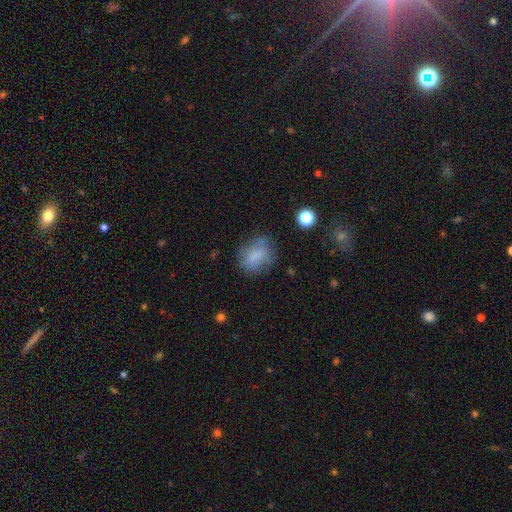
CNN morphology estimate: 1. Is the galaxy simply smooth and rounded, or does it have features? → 75% smooth, 15% featured or disk, 11% star or artifact.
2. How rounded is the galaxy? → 58% in between, 40% round, 2% cigar-shaped.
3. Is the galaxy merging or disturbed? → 62% none, 24% minor disturbance, 11% major disturbance, 3% merger.